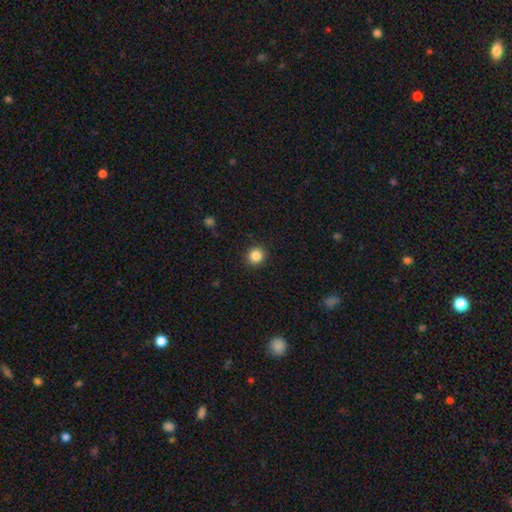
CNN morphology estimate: Smooth or featured? Predicted: smooth (p=0.86). How rounded? Predicted: round (p=0.92). Merging? Predicted: none (p=0.91).